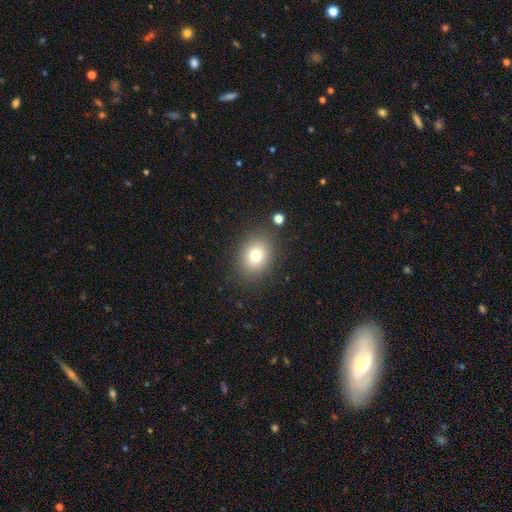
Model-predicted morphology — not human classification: Smooth or featured: smooth — 77% (star or artifact — 12%)
How rounded: round — 52% (in between — 48%)
Merging: none — 84% (minor disturbance — 10%)